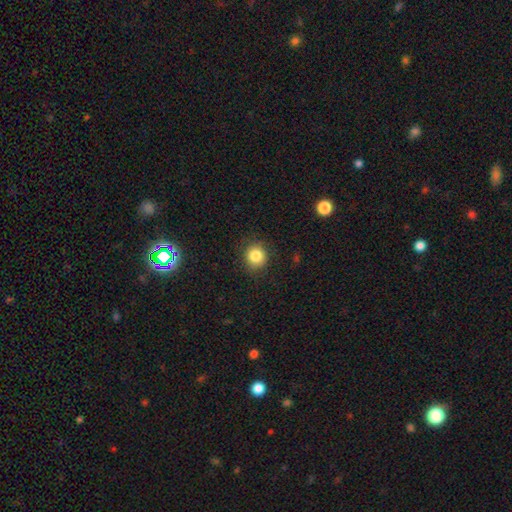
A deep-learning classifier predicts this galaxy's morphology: A smooth galaxy with no disk features (84%) that is round (87%). Merging: none (86%).